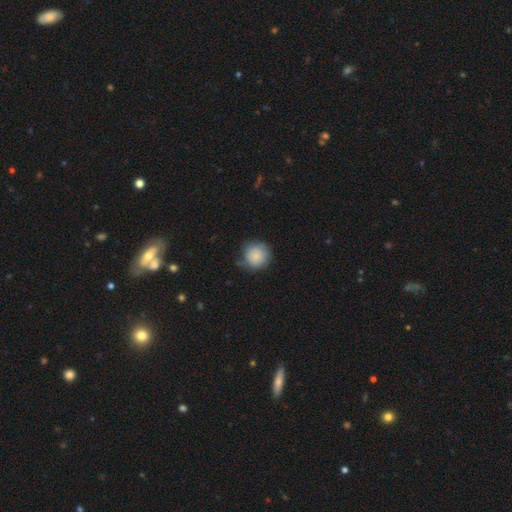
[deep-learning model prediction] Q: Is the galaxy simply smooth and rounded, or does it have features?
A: smooth — 83%.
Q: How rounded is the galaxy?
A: round — 93%.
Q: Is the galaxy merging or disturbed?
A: none — 73%.